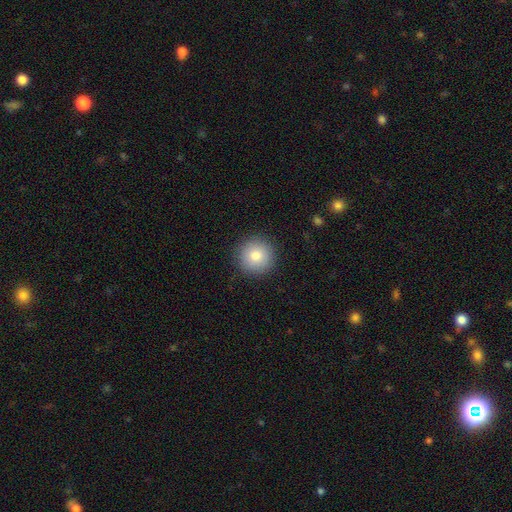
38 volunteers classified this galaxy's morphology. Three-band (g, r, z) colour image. It shows a smooth galaxy with no disk features (79%) that is round (93%). Merging: none (92%).